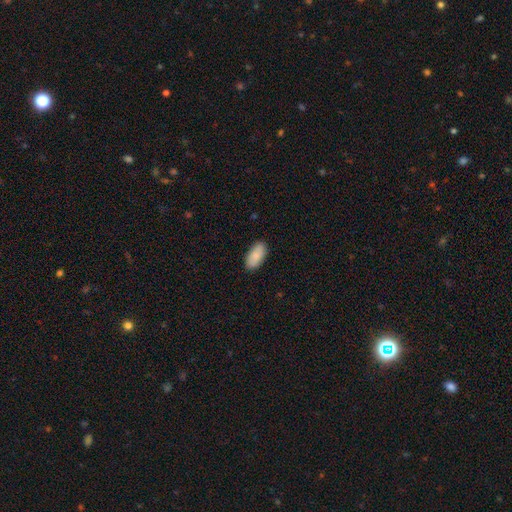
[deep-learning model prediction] This appears to be a smooth galaxy with no disk features (89%) that is in between round and cigar-shaped (92%). Merging: none (88%).